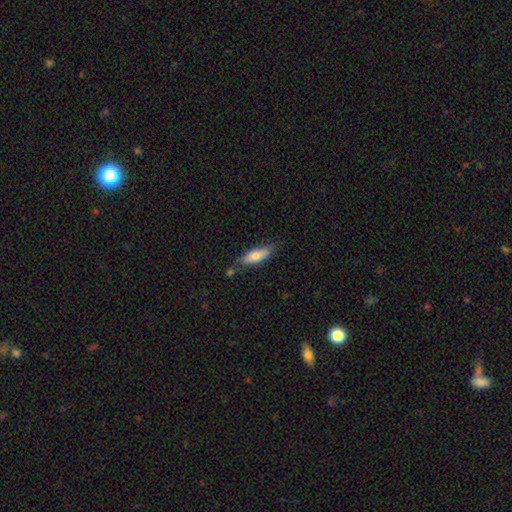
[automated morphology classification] Smooth or featured?
  - smooth: 72% *
  - featured or disk: 22%
  - star or artifact: 6%
How rounded?
  - in between: 50% *
  - cigar-shaped: 48%
  - round: 2%
Merging?
  - none: 70% *
  - minor disturbance: 19%
  - merger: 7%
  - major disturbance: 4%